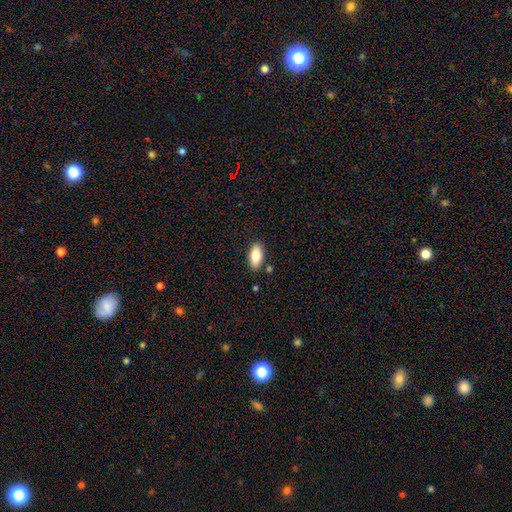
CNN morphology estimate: This appears to be a smooth galaxy with no disk features (79%) that is in between round and cigar-shaped (90%). Merging: none (85%).